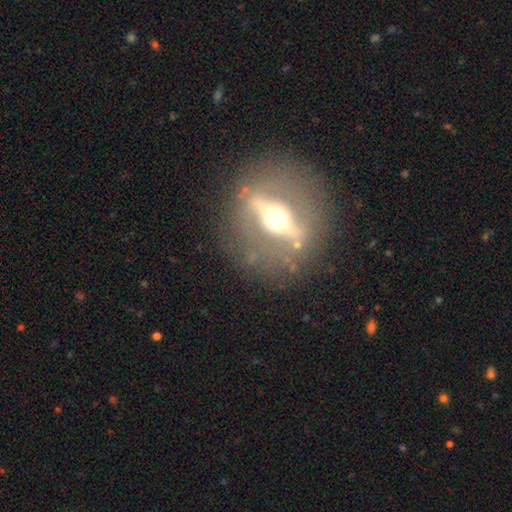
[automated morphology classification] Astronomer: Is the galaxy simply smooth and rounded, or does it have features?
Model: featured or disk — 81%.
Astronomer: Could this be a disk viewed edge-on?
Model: yes — 69%.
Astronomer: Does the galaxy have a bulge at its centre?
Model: rounded — 95%.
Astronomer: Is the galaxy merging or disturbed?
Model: none — 83%.